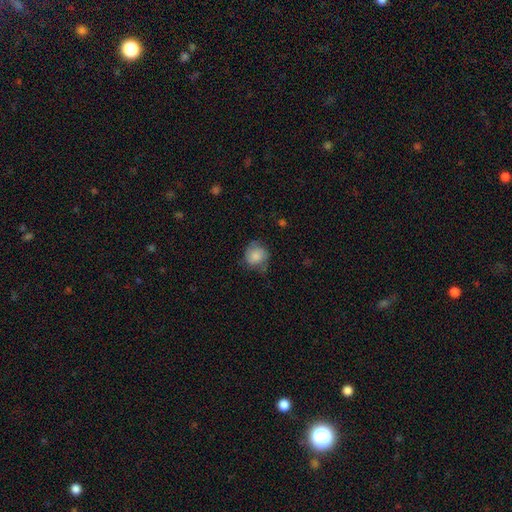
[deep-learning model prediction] smooth_or_featured: smooth (p=0.76) [alt: featured or disk p=0.16]
how_rounded: round (p=0.80) [alt: in between p=0.19]
merging: none (p=0.60) [alt: minor disturbance p=0.29]